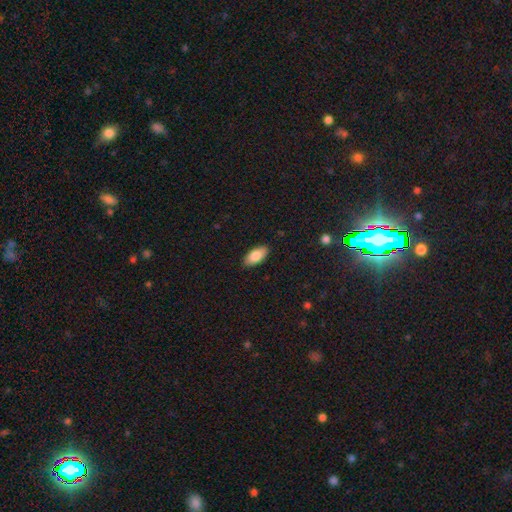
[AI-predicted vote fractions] smooth 83%, featured or disk 10%, star or artifact 6%. Down the decision tree: how rounded — in between (91%); merging — none (88%).